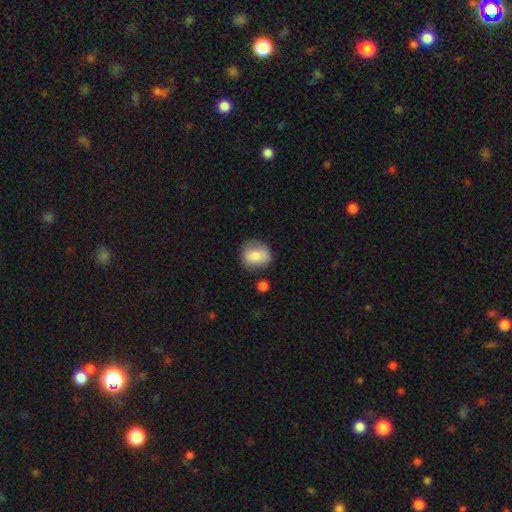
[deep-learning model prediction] Q: Smooth or featured?
A: smooth (77%); runner-up: featured or disk (15%)
Q: How rounded?
A: round (68%); runner-up: in between (30%)
Q: Merging?
A: none (70%); runner-up: minor disturbance (20%)